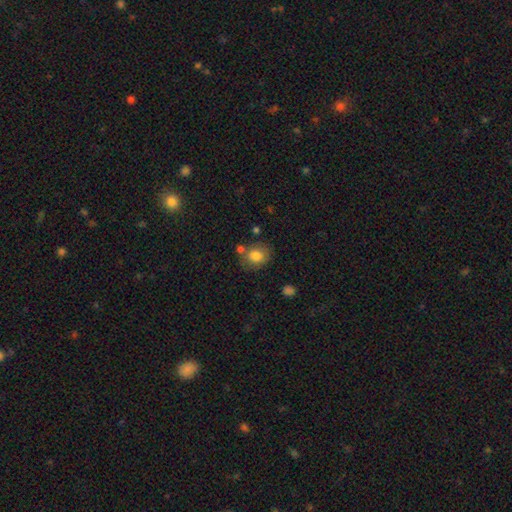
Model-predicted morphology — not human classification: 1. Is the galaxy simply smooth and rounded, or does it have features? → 81% smooth, 9% featured or disk, 9% star or artifact.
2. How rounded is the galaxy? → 66% round, 33% in between, 1% cigar-shaped.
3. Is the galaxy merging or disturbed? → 70% none, 15% minor disturbance, 11% merger, 5% major disturbance.